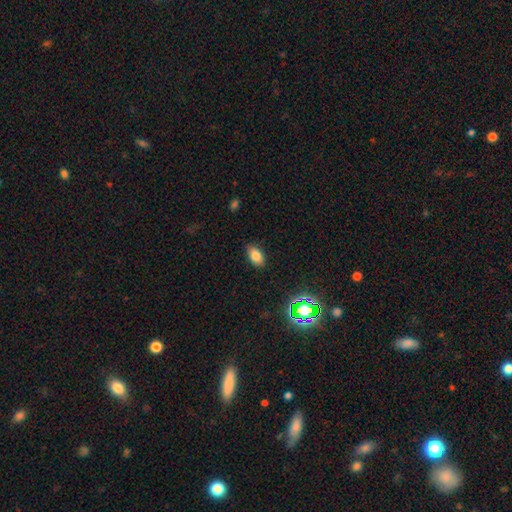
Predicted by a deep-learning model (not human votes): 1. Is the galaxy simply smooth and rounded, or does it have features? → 80% smooth, 12% star or artifact, 7% featured or disk.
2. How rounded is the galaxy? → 91% in between, 7% round, 3% cigar-shaped.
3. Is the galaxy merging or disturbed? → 85% none, 11% minor disturbance, 2% major disturbance, 1% merger.